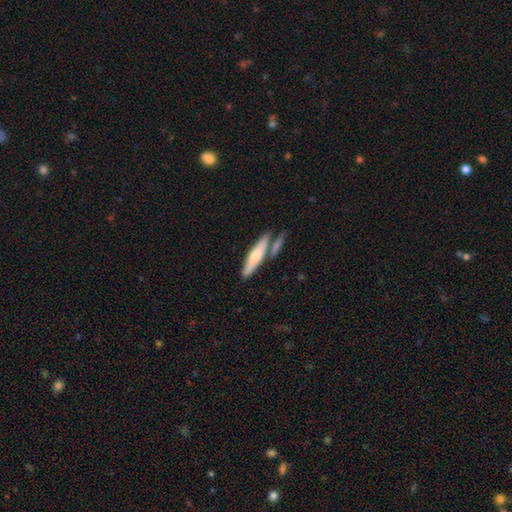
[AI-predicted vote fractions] Smooth or featured: smooth — 63% (featured or disk — 32%)
How rounded: cigar-shaped — 78% (in between — 20%)
Merging: none — 62% (merger — 22%)